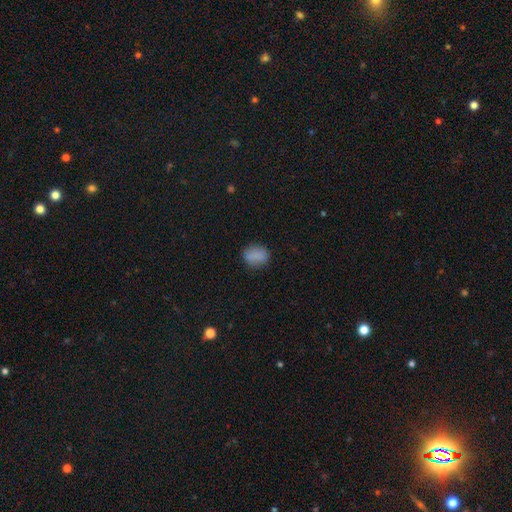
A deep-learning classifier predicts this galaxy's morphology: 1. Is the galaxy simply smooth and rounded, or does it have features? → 84% smooth, 10% star or artifact, 6% featured or disk.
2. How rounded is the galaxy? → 59% in between, 39% round, 2% cigar-shaped.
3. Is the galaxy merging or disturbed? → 82% none, 13% minor disturbance, 3% major disturbance, 2% merger.